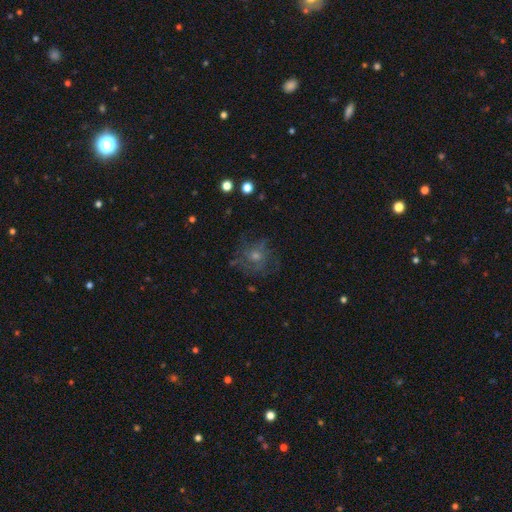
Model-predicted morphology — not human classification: Overall: featured or disk (45%; smooth 31%). Merging: none (70%).